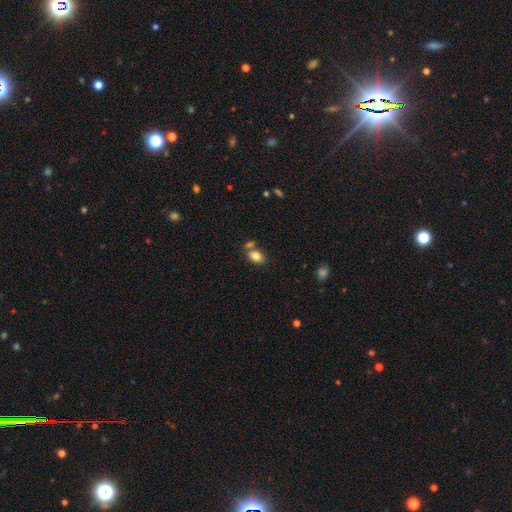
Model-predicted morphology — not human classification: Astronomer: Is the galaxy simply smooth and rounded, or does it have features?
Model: smooth — 82%.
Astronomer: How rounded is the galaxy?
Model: in between — 79%.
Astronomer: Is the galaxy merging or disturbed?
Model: none — 57%.